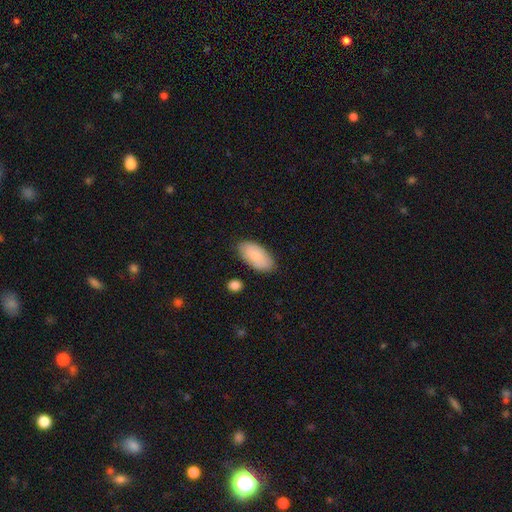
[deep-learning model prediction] smooth_or_featured: smooth (p=0.81) [alt: featured or disk p=0.14]
how_rounded: in between (p=0.94) [alt: cigar-shaped p=0.03]
merging: none (p=0.83) [alt: minor disturbance p=0.13]